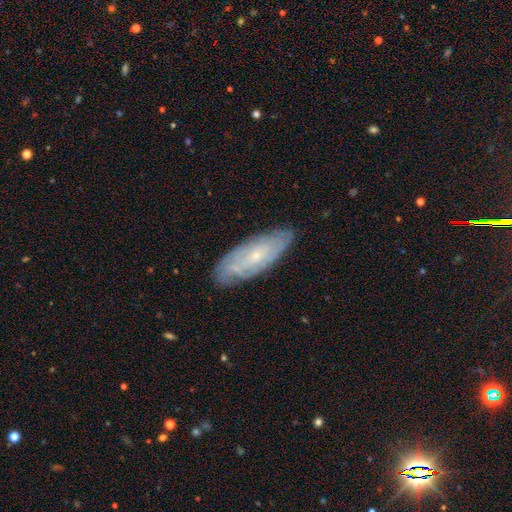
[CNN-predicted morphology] Smooth or featured: featured or disk — 68% (smooth — 24%)
Edge-on disk: no — 84% (yes — 16%)
Bar: no — 70% (weak — 25%)
Spiral arms: yes — 86% (no — 14%)
Bulge size: small — 78% (moderate — 17%)
Merging: none — 82% (minor disturbance — 14%)